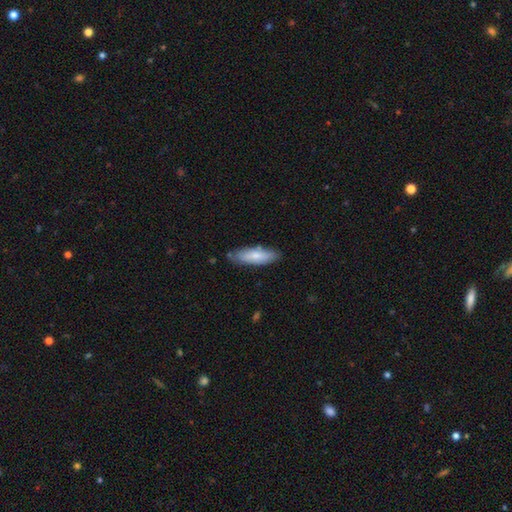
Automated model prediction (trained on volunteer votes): The model was most divided on "how rounded": in between: 52%, cigar-shaped: 46%, round: 2%. More confident: merging — none (78%); smooth or featured — smooth (73%).